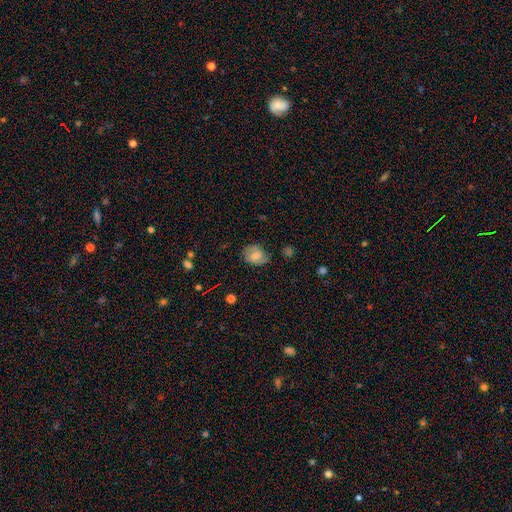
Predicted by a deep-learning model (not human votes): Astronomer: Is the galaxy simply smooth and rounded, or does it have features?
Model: featured or disk — 46% (runner-up: smooth, 45%).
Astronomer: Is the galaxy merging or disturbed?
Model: none — 67%.